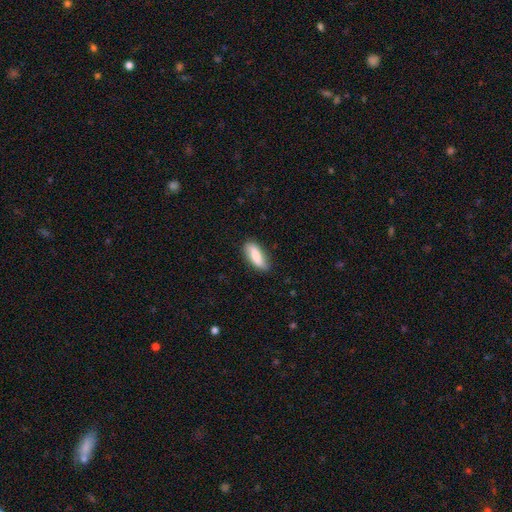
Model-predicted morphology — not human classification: Smooth or featured? Predicted: smooth (p=0.72). How rounded? Predicted: in between (p=0.70). Merging? Predicted: none (p=0.81).